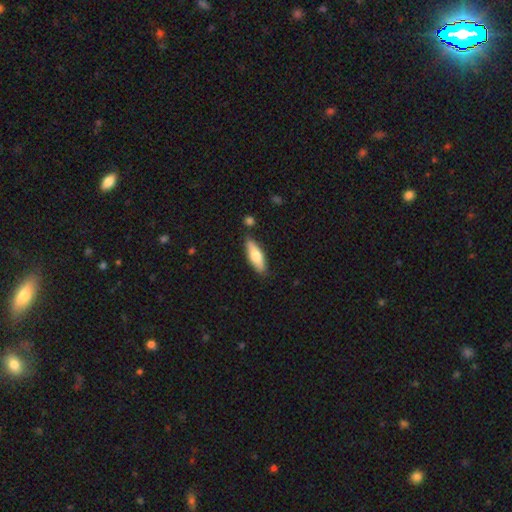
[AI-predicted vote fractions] A smooth galaxy with no disk features (66%) that is in between round and cigar-shaped (52%). Merging: none (82%).